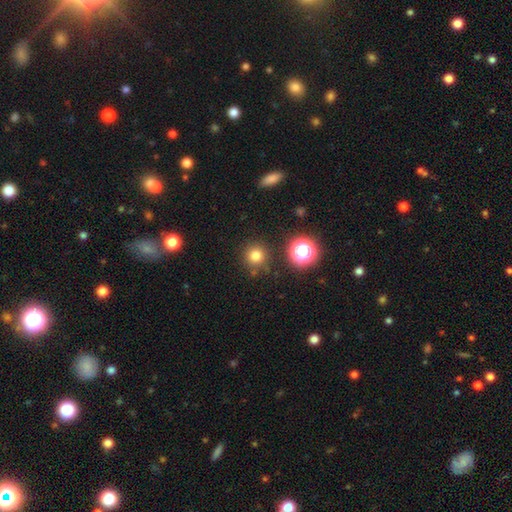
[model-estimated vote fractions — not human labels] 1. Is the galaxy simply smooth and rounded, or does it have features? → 77% smooth, 17% star or artifact, 6% featured or disk.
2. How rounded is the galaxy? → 94% round, 5% in between, 1% cigar-shaped.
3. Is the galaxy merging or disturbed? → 85% none, 8% minor disturbance, 4% merger, 3% major disturbance.